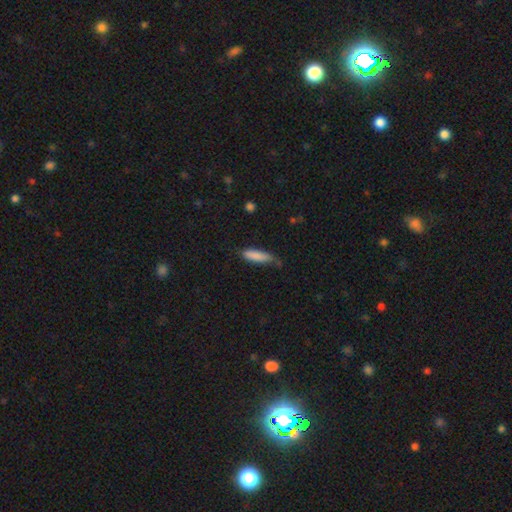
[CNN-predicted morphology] type=smooth (85%); roundness=cigar-shaped (64%); merging=none (53%).